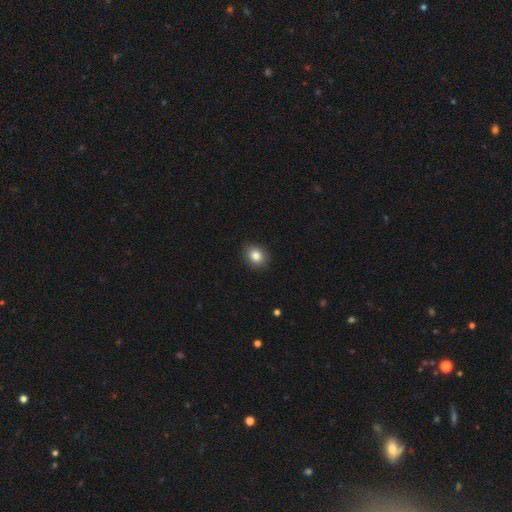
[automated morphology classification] Smooth or featured? Predicted: smooth (p=0.84). How rounded? Predicted: round (p=0.61). Merging? Predicted: none (p=0.90).